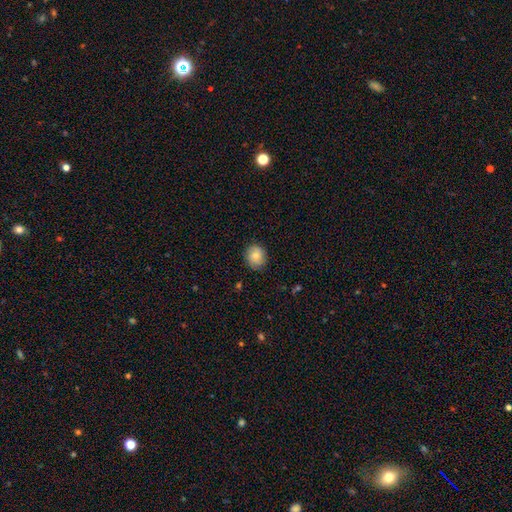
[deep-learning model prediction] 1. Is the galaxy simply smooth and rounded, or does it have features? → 79% smooth, 13% featured or disk, 8% star or artifact.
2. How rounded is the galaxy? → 78% round, 21% in between, 1% cigar-shaped.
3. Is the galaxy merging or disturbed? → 87% none, 10% minor disturbance, 2% major disturbance, 1% merger.